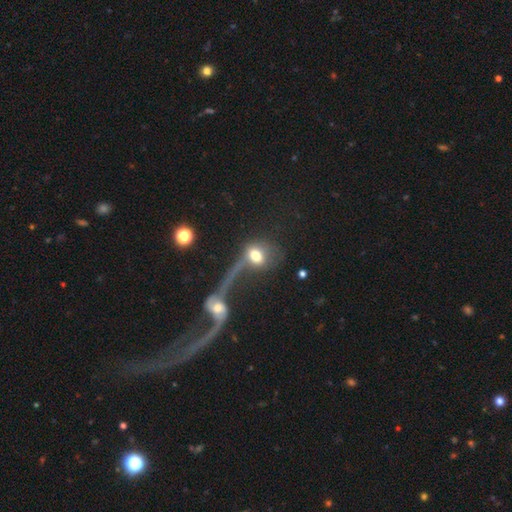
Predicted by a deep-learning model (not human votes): A smooth galaxy with no disk features (63%) that is round (52%). Merging: merger (34%, tied with major disturbance).